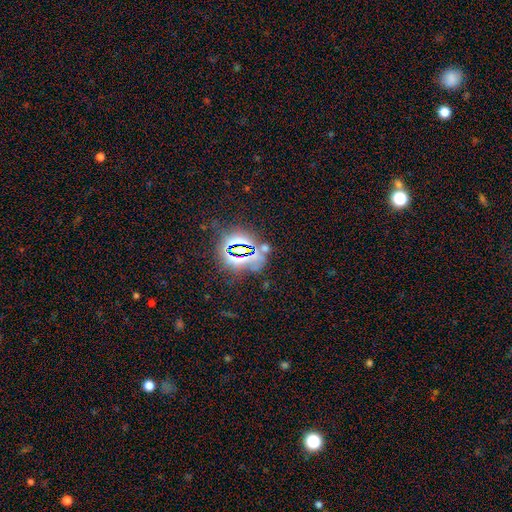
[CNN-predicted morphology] smooth-or-featured: star or artifact: 72% | smooth: 19% | featured or disk: 9%